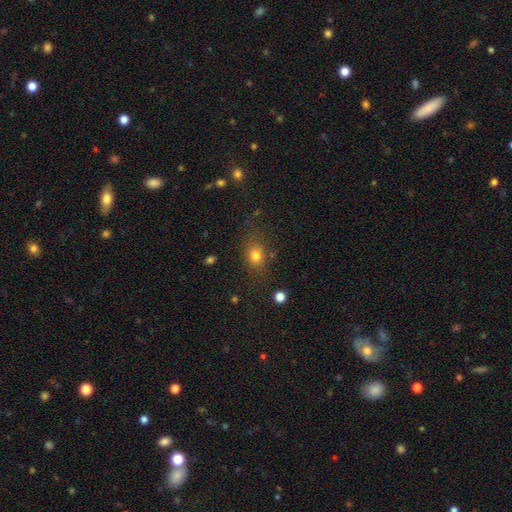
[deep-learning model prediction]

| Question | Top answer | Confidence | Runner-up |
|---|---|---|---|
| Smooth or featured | smooth | 77% | star or artifact (14%) |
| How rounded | in between | 51% | round (47%) |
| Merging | none | 73% | minor disturbance (16%) |